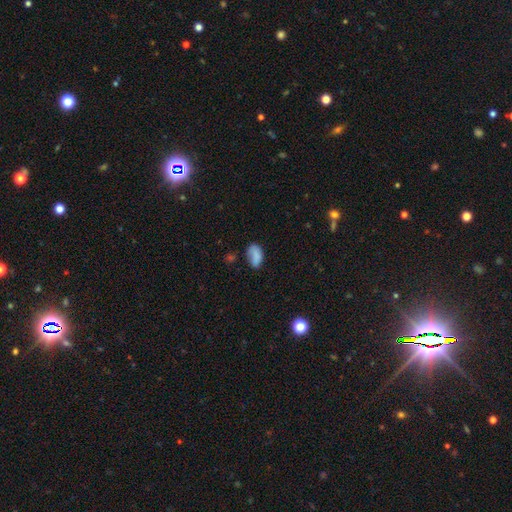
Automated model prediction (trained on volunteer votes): The model was most divided on "merging": none: 53%, minor disturbance: 29%, major disturbance: 12%, merger: 6%. More confident: how rounded — in between (90%); smooth or featured — smooth (80%).